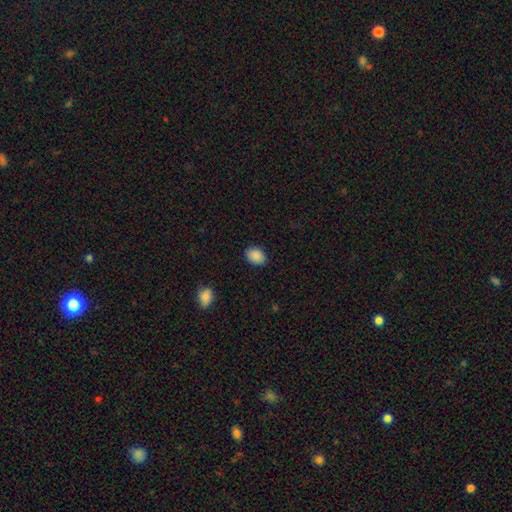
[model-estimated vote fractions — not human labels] The model was most divided on "how rounded": in between: 78%, round: 21%, cigar-shaped: 1%. More confident: smooth or featured — smooth (89%); merging — none (87%).